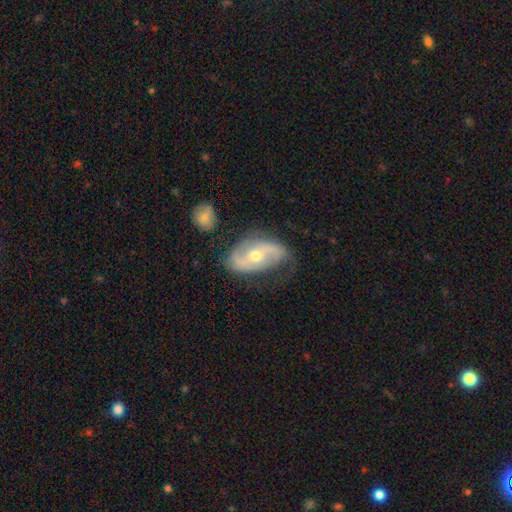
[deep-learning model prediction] The model was most divided on "spiral winding": loose: 41%, medium: 38%, tight: 21%. Remaining: edge-on disk — no (95%); spiral arms — yes (91%); spiral arm count — 2 (85%); smooth or featured — featured or disk (80%); merging — none (65%); bulge size — moderate (56%); bar — no (46%).